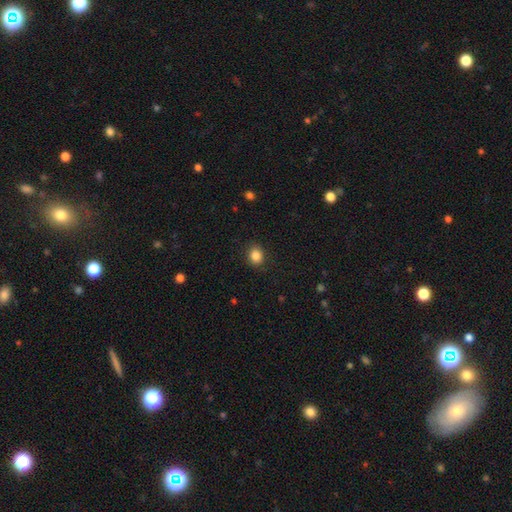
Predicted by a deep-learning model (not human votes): Smooth or featured: smooth — 86% (star or artifact — 10%)
How rounded: round — 66% (in between — 33%)
Merging: none — 88% (minor disturbance — 8%)